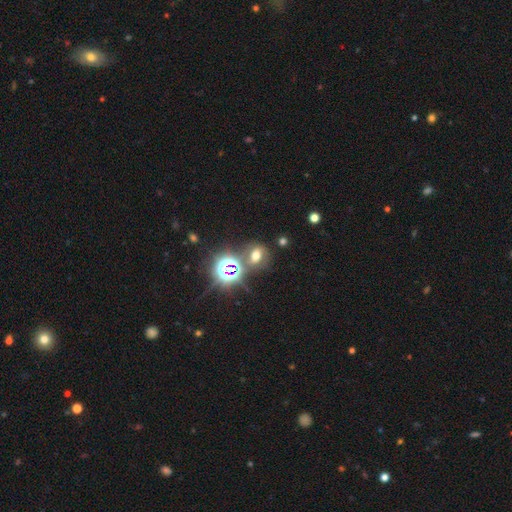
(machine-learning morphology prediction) The model was most divided on "smooth or featured": smooth: 43%, star or artifact: 39%, featured or disk: 19%. More confident: merging — none (63%).